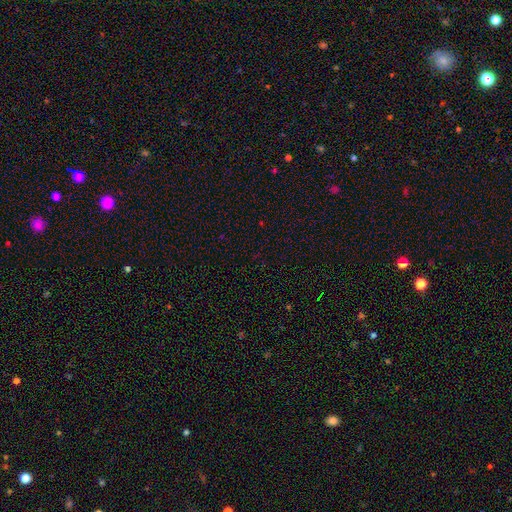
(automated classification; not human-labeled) smooth_or_featured: star or artifact (p=0.70) [alt: smooth p=0.23]